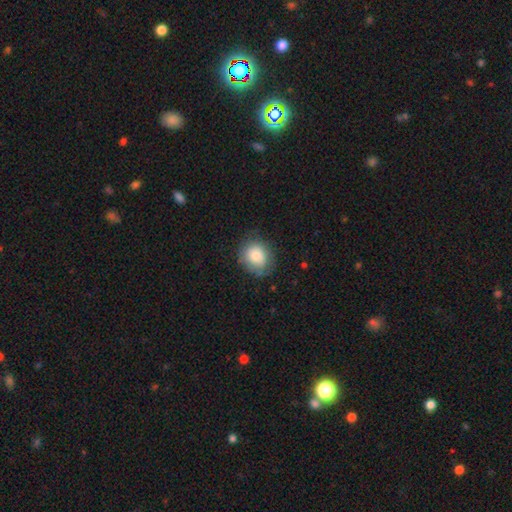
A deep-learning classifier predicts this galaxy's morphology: A smooth galaxy with no disk features (78%) that is round (66%).

Vote fractions:
- Smooth or featured? smooth: 78% / featured or disk: 15% / star or artifact: 8%
- How rounded? round: 66% / in between: 33% / cigar-shaped: 1%
- Merging? none: 74% / minor disturbance: 19% / major disturbance: 6% / merger: 1%